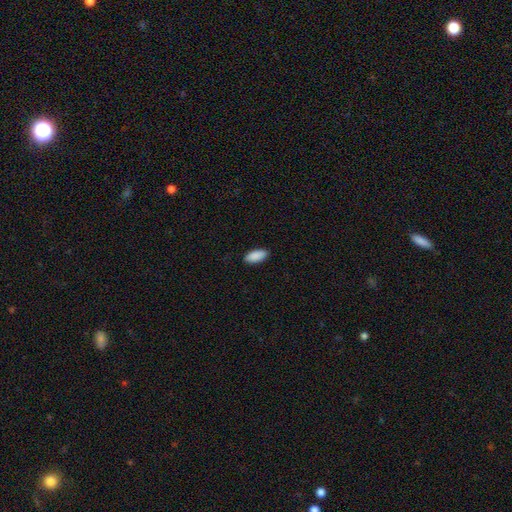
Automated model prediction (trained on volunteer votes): Smooth or featured? Predicted: smooth (p=0.91). How rounded? Predicted: in between (p=0.90). Merging? Predicted: none (p=0.89).